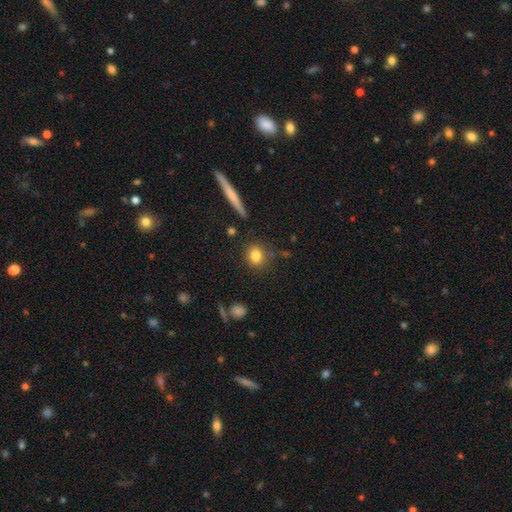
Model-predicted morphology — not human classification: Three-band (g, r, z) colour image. It shows a smooth galaxy with no disk features (83%) that is round (78%). Merging: none (82%).